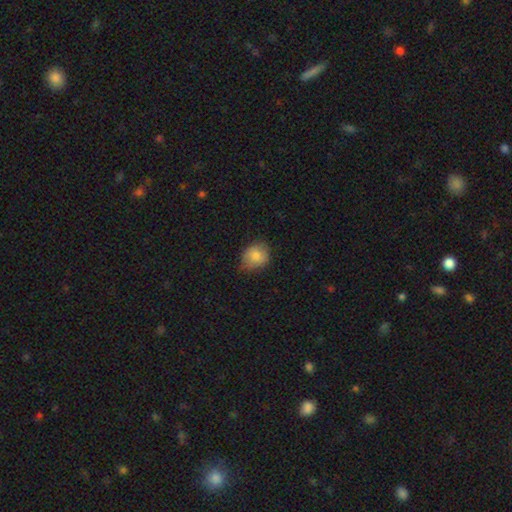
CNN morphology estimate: This is clearly a smooth galaxy (80%). How rounded: likely round (68%). Merging: likely none (64%).